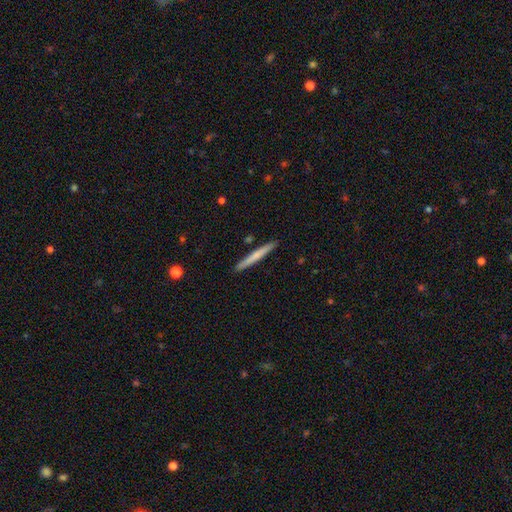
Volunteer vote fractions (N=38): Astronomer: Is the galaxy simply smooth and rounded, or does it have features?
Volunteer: smooth — 50% (runner-up: featured or disk, 39%).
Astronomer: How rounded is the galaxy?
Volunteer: cigar-shaped — 100%.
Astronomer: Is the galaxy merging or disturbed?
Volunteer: none — 91%.